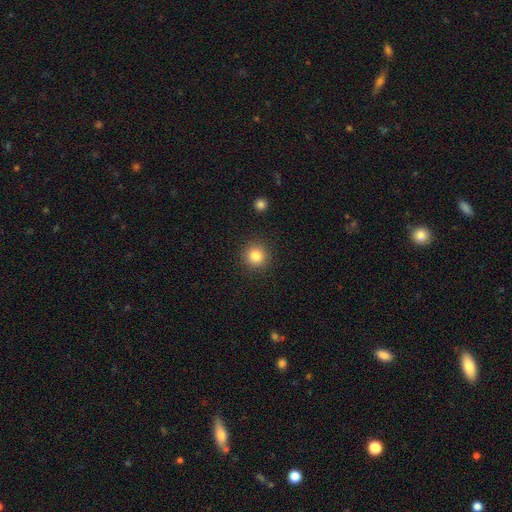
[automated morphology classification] Smooth or featured: smooth — 83% (star or artifact — 11%)
How rounded: round — 94% (in between — 5%)
Merging: none — 91% (minor disturbance — 6%)